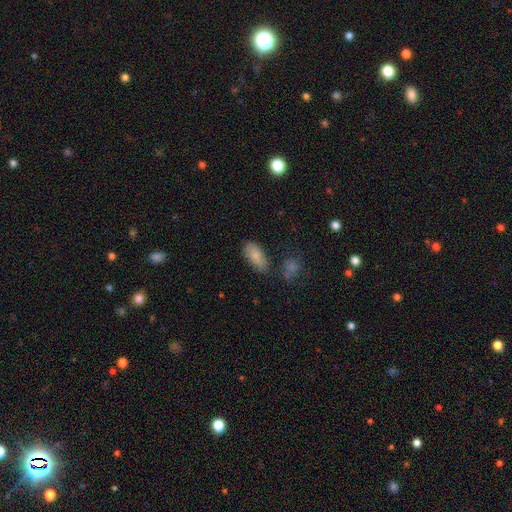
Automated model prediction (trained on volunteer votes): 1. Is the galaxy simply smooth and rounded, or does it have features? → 83% smooth, 10% featured or disk, 7% star or artifact.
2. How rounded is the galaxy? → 90% in between, 7% cigar-shaped, 3% round.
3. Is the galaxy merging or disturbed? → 70% none, 19% minor disturbance, 7% merger, 5% major disturbance.